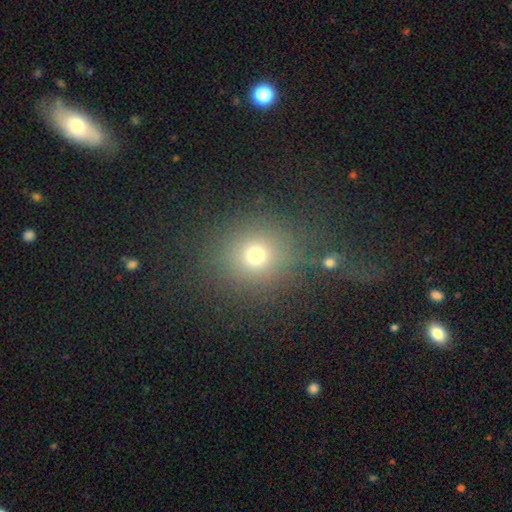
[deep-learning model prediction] Smooth or featured? Predicted: smooth (p=0.70). How rounded? Predicted: round (p=0.82). Merging? Predicted: none (p=0.81).